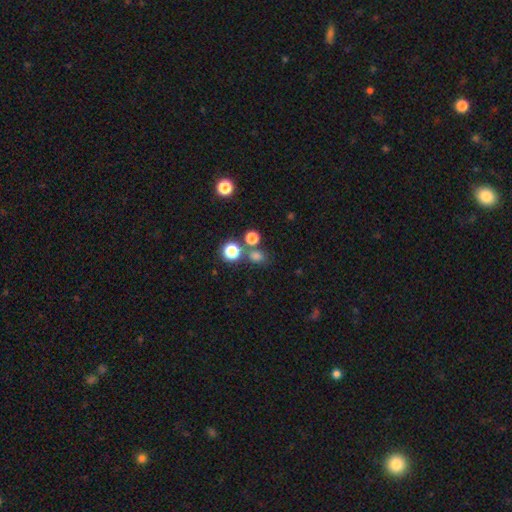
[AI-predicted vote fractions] Morphology: type=smooth (73%); roundness=round (69%); merging=none (66%).